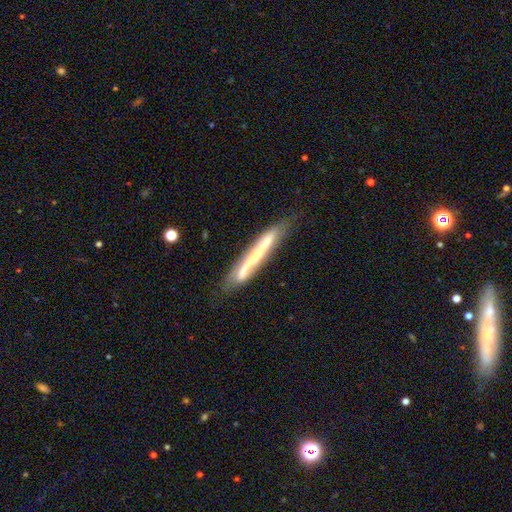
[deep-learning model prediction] Overall: featured or disk (61%; smooth 33%). Edge-on disk: yes (77%). Merging: none (67%).